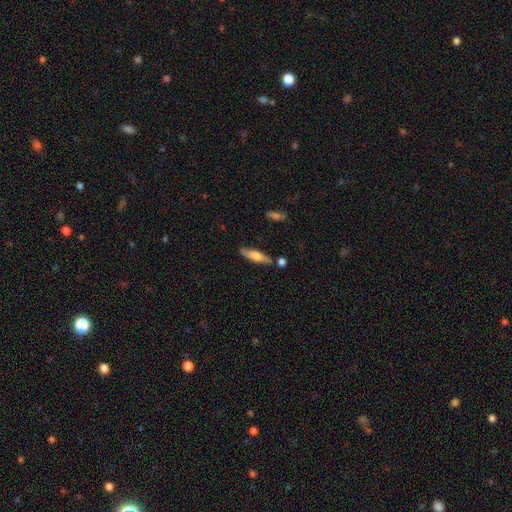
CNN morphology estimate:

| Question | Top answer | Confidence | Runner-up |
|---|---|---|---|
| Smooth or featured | smooth | 55% | featured or disk (38%) |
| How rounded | cigar-shaped | 68% | in between (30%) |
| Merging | none | 75% | minor disturbance (15%) |